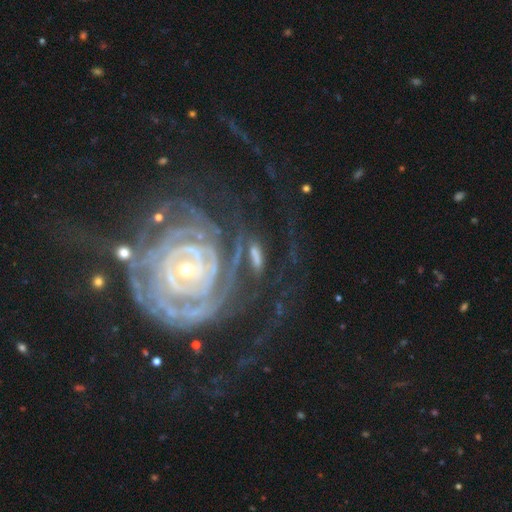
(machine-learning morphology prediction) Smooth or featured? featured or disk (60%)
Edge-on disk? no (87%)
Bar? no (39%)
Spiral arms? yes (88%)
Bulge size? small (59%)
Merging? none (60%)